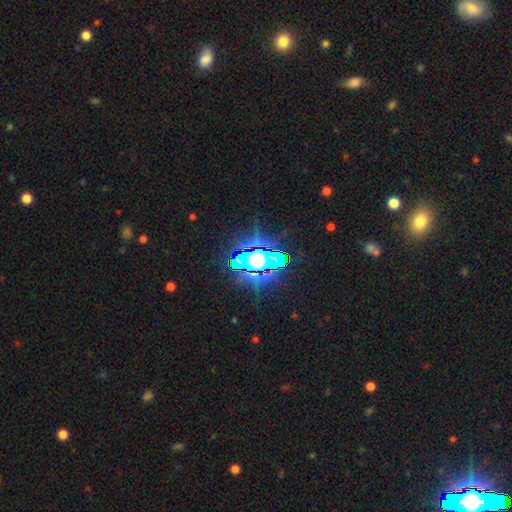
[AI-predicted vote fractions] Smooth or featured: star or artifact — 82% (smooth — 10%)